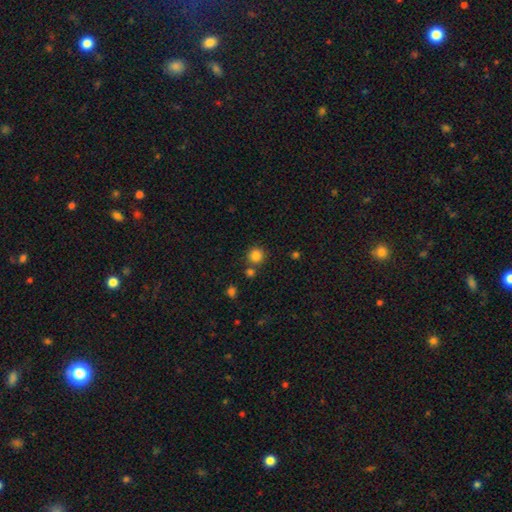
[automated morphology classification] smooth-or-featured: smooth: 83% | star or artifact: 13% | featured or disk: 4%
  how-rounded: round: 93% | in between: 6% | cigar-shaped: 1%
  merging: none: 76% | merger: 13% | minor disturbance: 8% | major disturbance: 3%